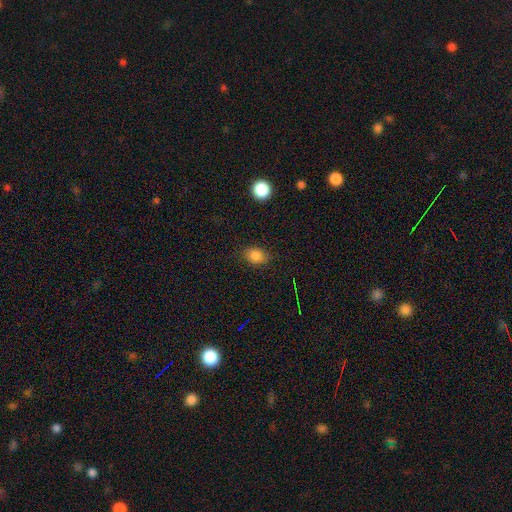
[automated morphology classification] Smooth or featured? Predicted: smooth (p=0.83). How rounded? Predicted: in between (p=0.65). Merging? Predicted: none (p=0.82).